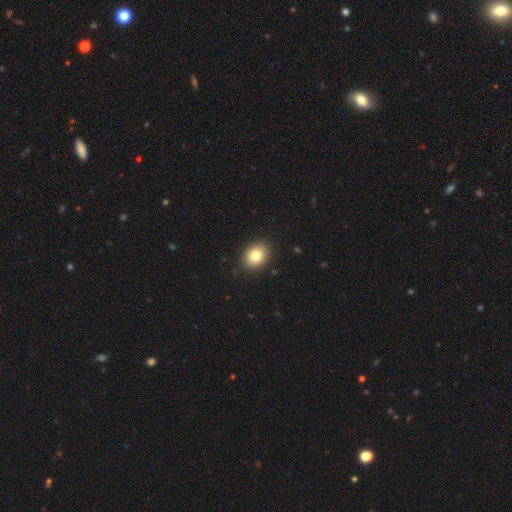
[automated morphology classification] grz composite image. It shows a smooth galaxy with no disk features (81%) that is in between round and cigar-shaped (61%). Merging: none (89%).